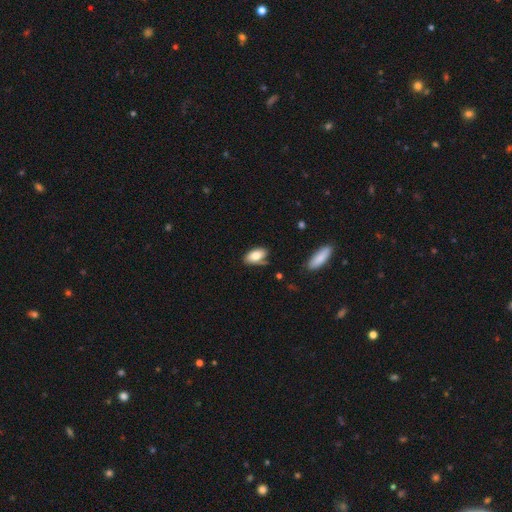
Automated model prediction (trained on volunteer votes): Overall: smooth (79%). How rounded: in between (92%). Merging: none (62%; minor disturbance 26%).